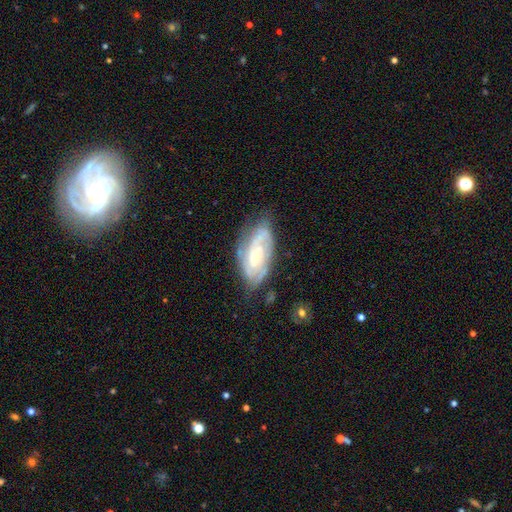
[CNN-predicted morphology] The model was most divided on "spiral arm count": 2: 38%, can't tell: 34%, 3: 17%, 4: 5%, 1: 4%, more than 4: 3%. More confident: edge-on disk — no (94%); spiral arms — yes (91%); smooth or featured — featured or disk (76%); merging — none (65%); bar — no (60%); spiral winding — tight (58%); bulge size — small (55%).